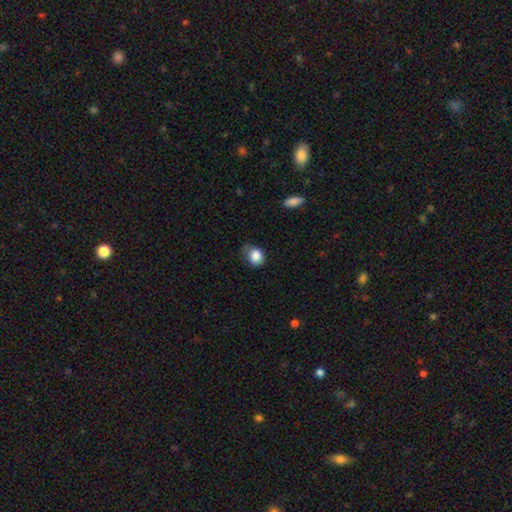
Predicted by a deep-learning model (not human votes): smooth_or_featured: smooth (p=0.85) [alt: star or artifact p=0.09]
how_rounded: round (p=0.56) [alt: in between p=0.43]
merging: none (p=0.45) [alt: minor disturbance p=0.40]